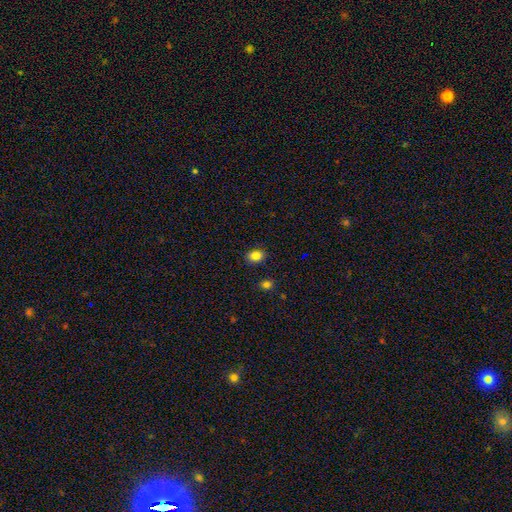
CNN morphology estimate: Smooth or featured? Predicted: smooth (p=0.85). How rounded? Predicted: in between (p=0.70). Merging? Predicted: none (p=0.85).